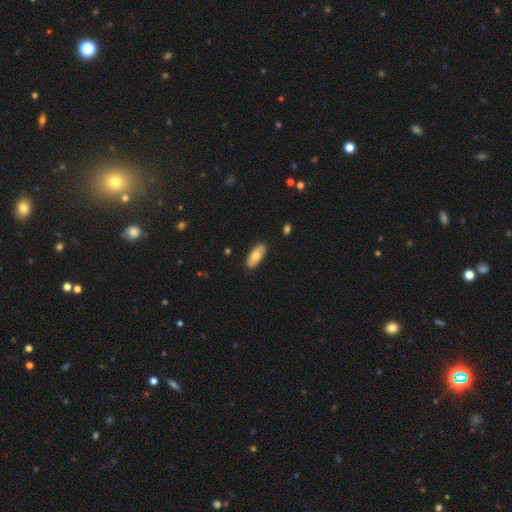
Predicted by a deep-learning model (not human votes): Morphology: type=smooth (72%); roundness=in between (85%); merging=none (87%).